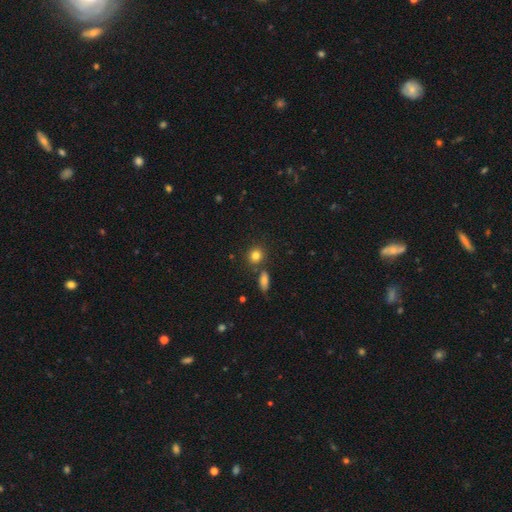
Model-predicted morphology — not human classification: Smooth or featured?
  - smooth: 82% *
  - star or artifact: 11%
  - featured or disk: 8%
How rounded?
  - round: 76% *
  - in between: 23%
  - cigar-shaped: 2%
Merging?
  - none: 74% *
  - merger: 13%
  - minor disturbance: 10%
  - major disturbance: 3%